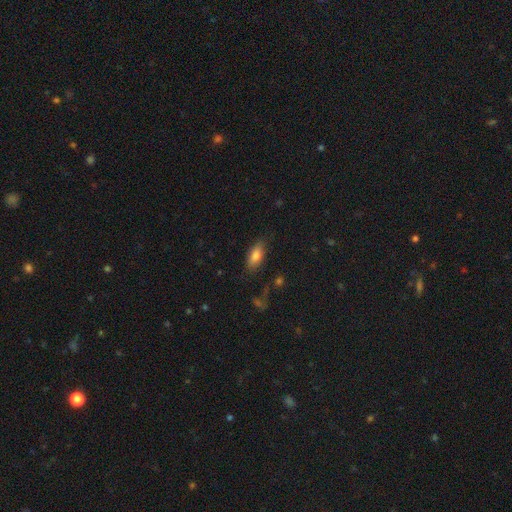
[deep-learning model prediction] Smooth or featured: smooth — 80% (featured or disk — 12%)
How rounded: in between — 84% (cigar-shaped — 13%)
Merging: none — 78% (minor disturbance — 16%)